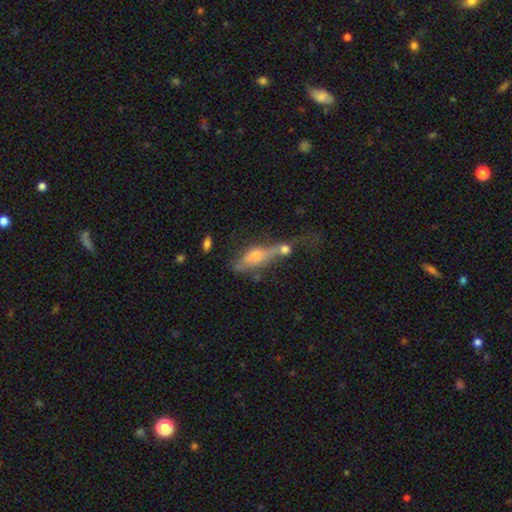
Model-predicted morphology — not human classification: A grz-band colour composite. It shows a featured or disk galaxy (45%). Merging: merger (38%).